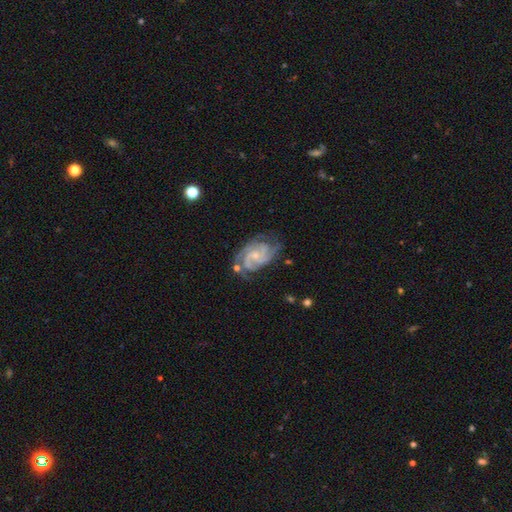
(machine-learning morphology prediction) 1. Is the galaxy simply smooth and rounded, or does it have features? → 90% featured or disk, 5% star or artifact, 5% smooth.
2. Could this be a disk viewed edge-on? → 98% no, 2% yes.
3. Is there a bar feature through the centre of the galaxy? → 60% no, 33% weak, 8% strong.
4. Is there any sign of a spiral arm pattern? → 98% yes, 2% no.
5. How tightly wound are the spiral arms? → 50% tight, 42% medium, 7% loose.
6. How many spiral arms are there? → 43% 3, 28% 2, 10% 4, 10% can't tell, 4% 1, 4% more than 4.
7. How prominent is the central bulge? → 71% small, 24% moderate, 4% none, 1% large, 1% dominant.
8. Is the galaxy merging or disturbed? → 64% none, 22% minor disturbance, 10% major disturbance, 4% merger.